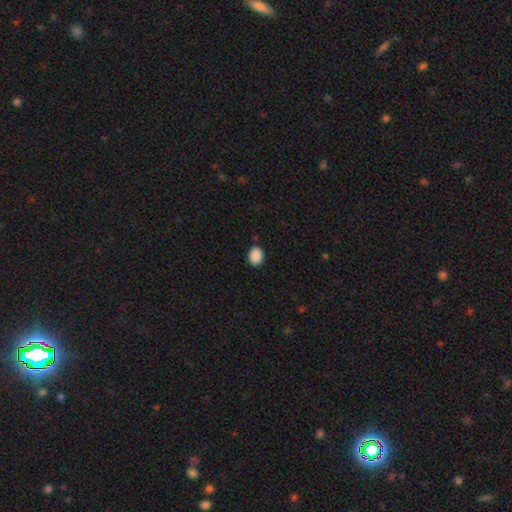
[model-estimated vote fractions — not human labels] This is clearly a smooth galaxy (90%). How rounded: likely in between (66%). Merging: clearly none (89%).